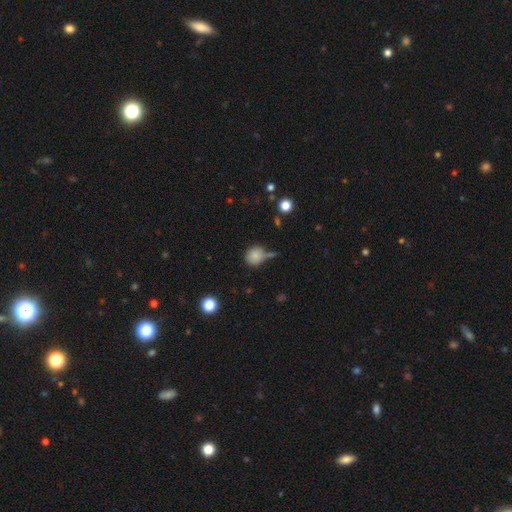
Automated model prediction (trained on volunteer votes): A smooth galaxy with no disk features (83%) that is round (84%).

Vote fractions:
- Smooth or featured? smooth: 83% / star or artifact: 10% / featured or disk: 7%
- How rounded? round: 84% / in between: 15% / cigar-shaped: 1%
- Merging? none: 56% / minor disturbance: 20% / merger: 17% / major disturbance: 7%